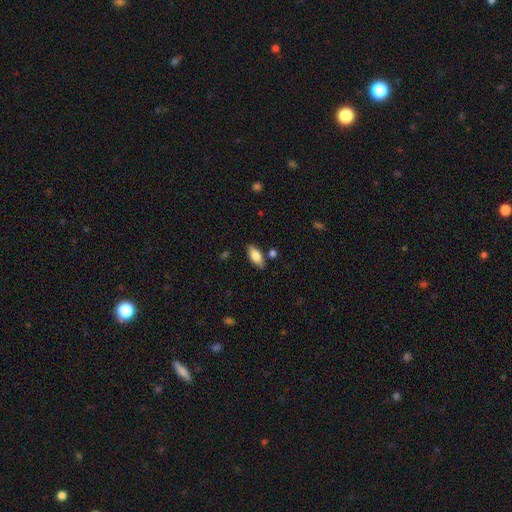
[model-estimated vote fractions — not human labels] Morphology: type=smooth (78%); roundness=in between (85%); merging=none (81%).